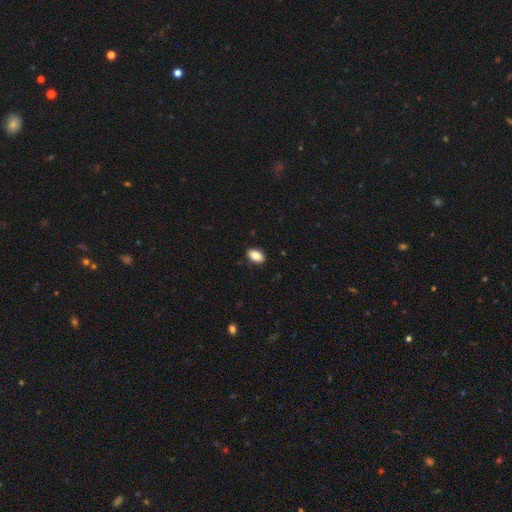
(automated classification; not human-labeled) Q: Smooth or featured?
A: smooth (87%); runner-up: star or artifact (7%)
Q: How rounded?
A: in between (91%); runner-up: round (7%)
Q: Merging?
A: none (88%); runner-up: minor disturbance (9%)